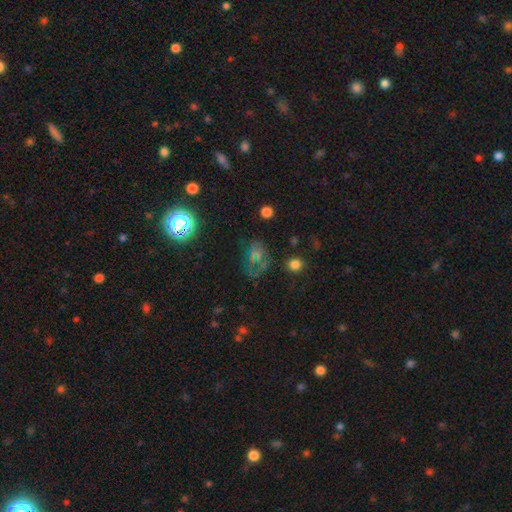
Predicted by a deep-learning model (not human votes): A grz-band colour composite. It shows a star or artifact, not a galaxy (40%).